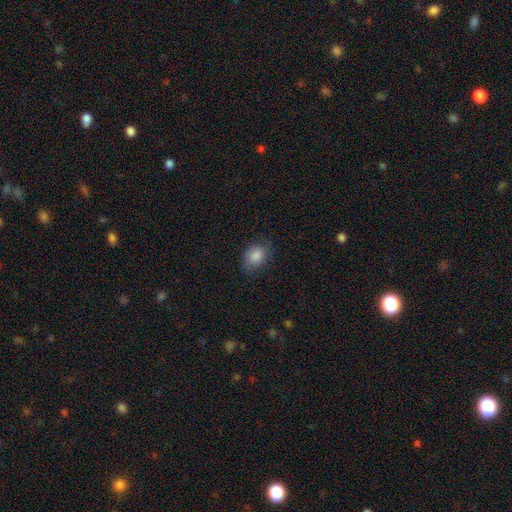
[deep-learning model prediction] Overall: smooth (84%). How rounded: in between (58%; round 41%). Merging: none (77%).